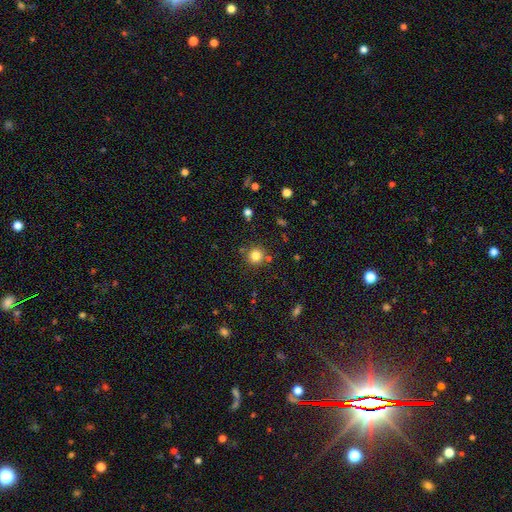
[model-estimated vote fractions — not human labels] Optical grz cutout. It shows a smooth galaxy with no disk features (81%) that is round (93%). Merging: none (82%).